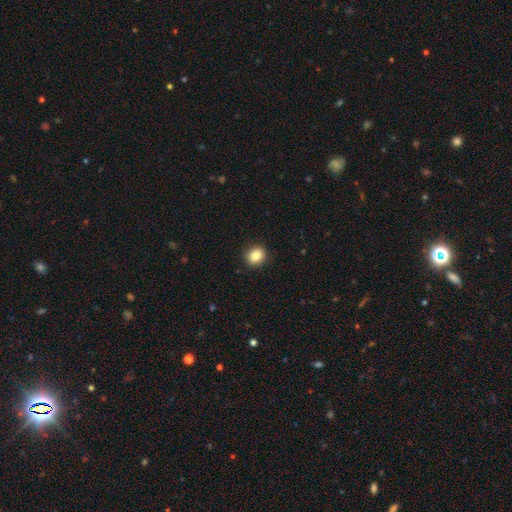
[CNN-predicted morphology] smooth 86%, star or artifact 9%, featured or disk 5%. Down the decision tree: how rounded — round (67%); merging — none (91%).